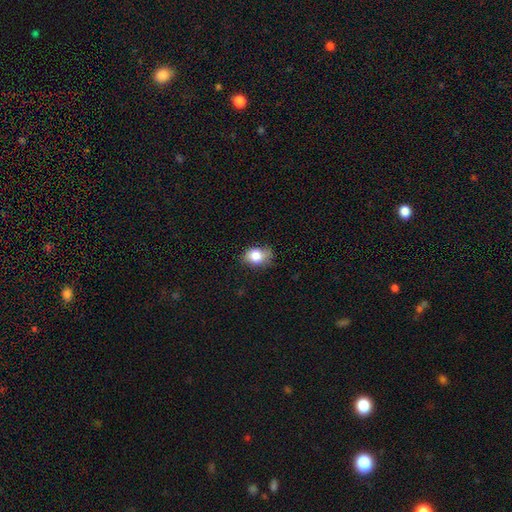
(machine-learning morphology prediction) The model was most divided on "how rounded": in between: 65%, round: 34%, cigar-shaped: 1%. More confident: smooth or featured — smooth (81%); merging — none (65%).